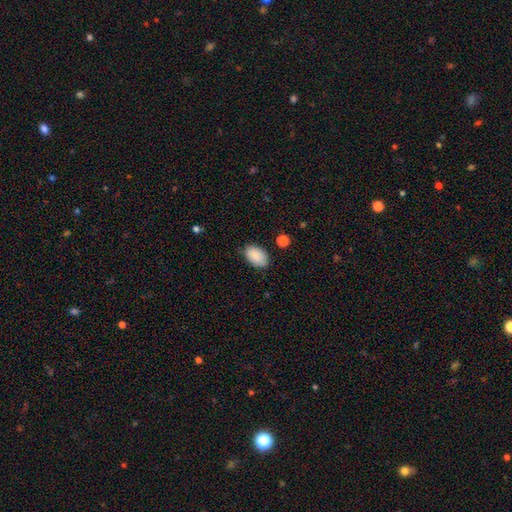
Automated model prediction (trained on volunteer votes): Smooth or featured? smooth (87%)
How rounded? in between (90%)
Merging? none (79%)